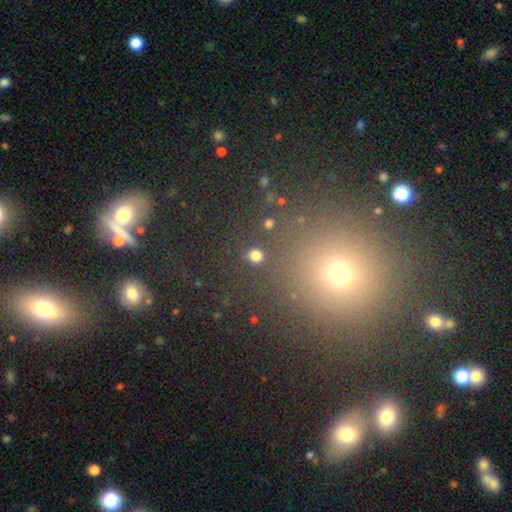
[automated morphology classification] smooth_or_featured: smooth (p=0.79) [alt: star or artifact p=0.17]
how_rounded: round (p=0.78) [alt: in between p=0.20]
merging: none (p=0.87) [alt: minor disturbance p=0.07]